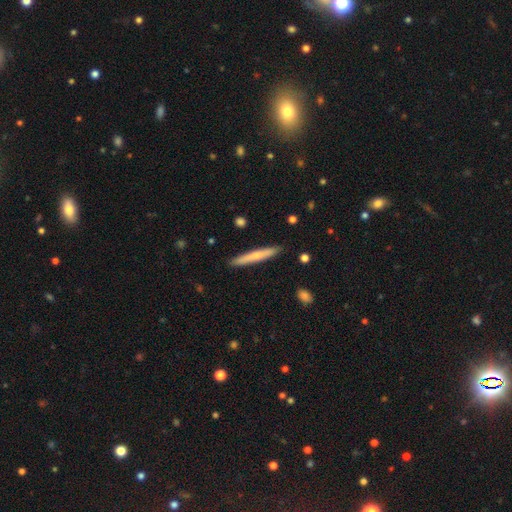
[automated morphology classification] Smooth or featured? smooth (64%)
How rounded? cigar-shaped (96%)
Merging? none (90%)